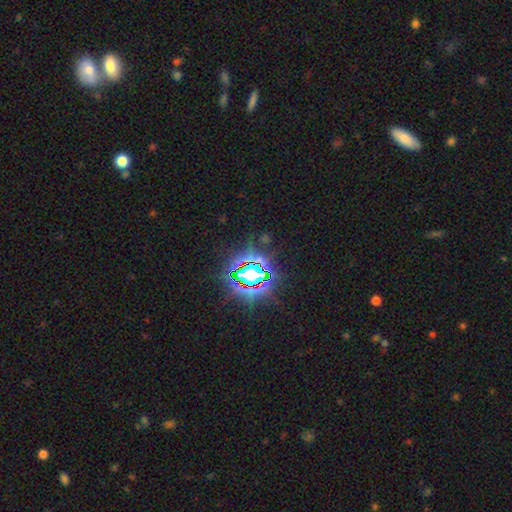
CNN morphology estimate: Smooth or featured?
  - star or artifact: 83% *
  - smooth: 10%
  - featured or disk: 7%